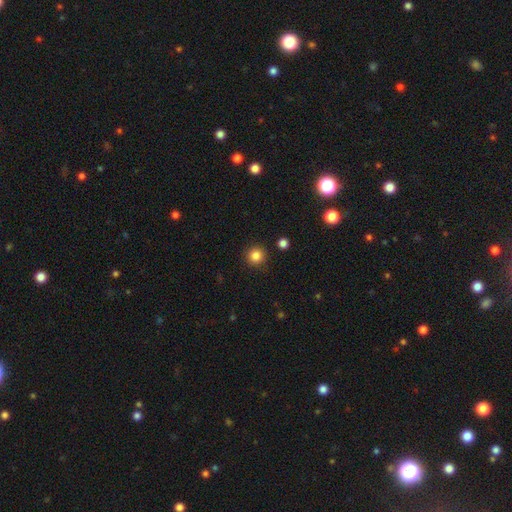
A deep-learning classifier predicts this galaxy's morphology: Smooth or featured? Predicted: smooth (p=0.84). How rounded? Predicted: round (p=0.95). Merging? Predicted: none (p=0.92).